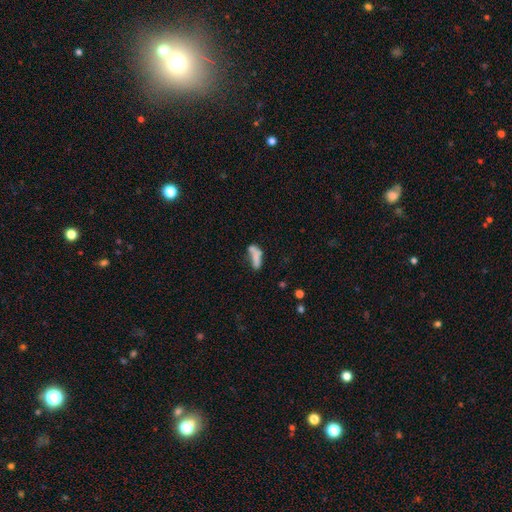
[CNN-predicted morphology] smooth_or_featured: smooth (p=0.67) [alt: featured or disk p=0.22]
how_rounded: in between (p=0.56) [alt: cigar-shaped p=0.40]
merging: merger (p=0.33) [alt: none p=0.30]